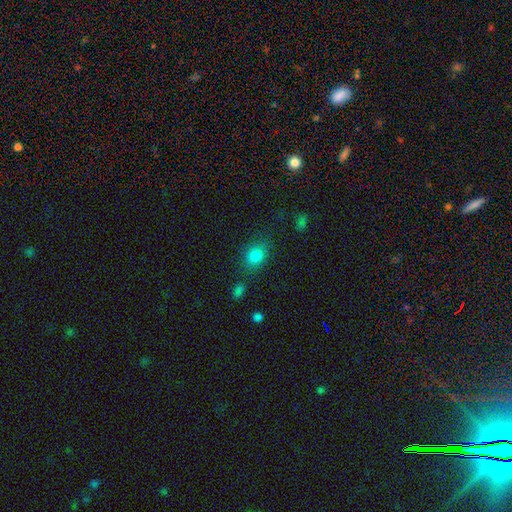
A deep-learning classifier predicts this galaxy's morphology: smooth_or_featured: smooth (p=0.81) [alt: star or artifact p=0.12]
how_rounded: in between (p=0.57) [alt: round p=0.42]
merging: none (p=0.72) [alt: minor disturbance p=0.16]